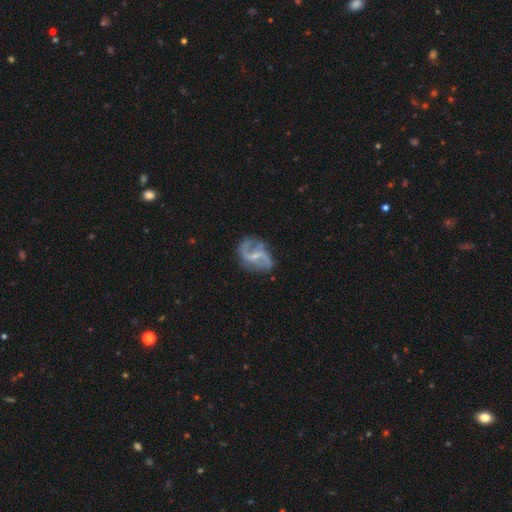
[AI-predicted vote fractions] featured or disk 88%, smooth 7%, star or artifact 5%. Down the decision tree: edge-on disk — no (98%); bar — weak (53%); spiral arms — yes (96%); spiral arm count — 2 (87%); spiral winding — loose (58%); bulge size — small (61%); merging — none (69%).